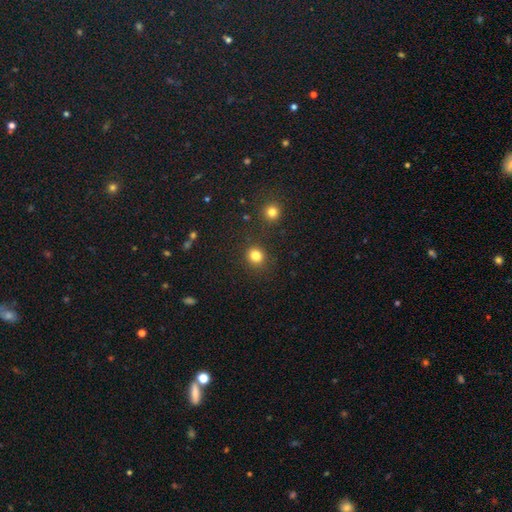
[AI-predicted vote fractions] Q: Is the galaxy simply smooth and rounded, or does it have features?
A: smooth — 82%.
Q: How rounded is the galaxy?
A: round — 87%.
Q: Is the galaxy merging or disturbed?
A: none — 87%.